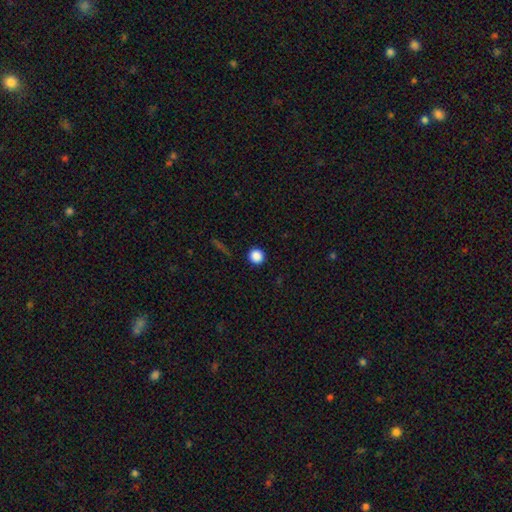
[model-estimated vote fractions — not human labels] Smooth or featured? Predicted: smooth (p=0.87). How rounded? Predicted: round (p=0.95). Merging? Predicted: none (p=0.92).